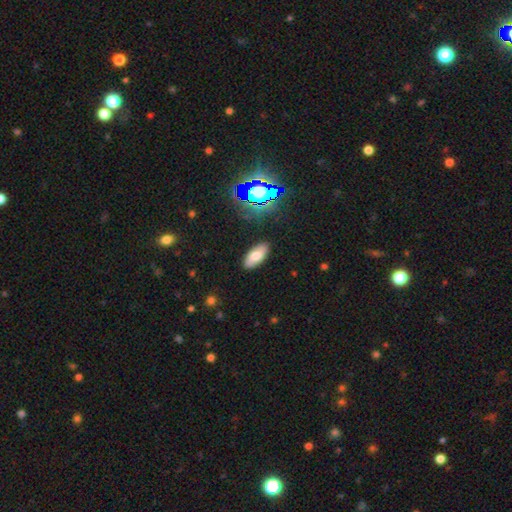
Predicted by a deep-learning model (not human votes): smooth-or-featured: smooth: 68% | featured or disk: 21% | star or artifact: 11%
  how-rounded: in between: 89% | cigar-shaped: 8% | round: 3%
  merging: none: 84% | minor disturbance: 11% | major disturbance: 3% | merger: 2%